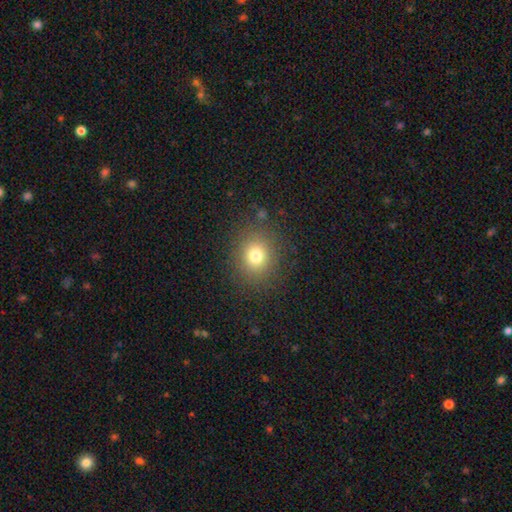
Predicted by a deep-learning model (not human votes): smooth_or_featured: smooth (p=0.76) [alt: star or artifact p=0.15]
how_rounded: round (p=0.82) [alt: in between p=0.17]
merging: none (p=0.86) [alt: minor disturbance p=0.08]